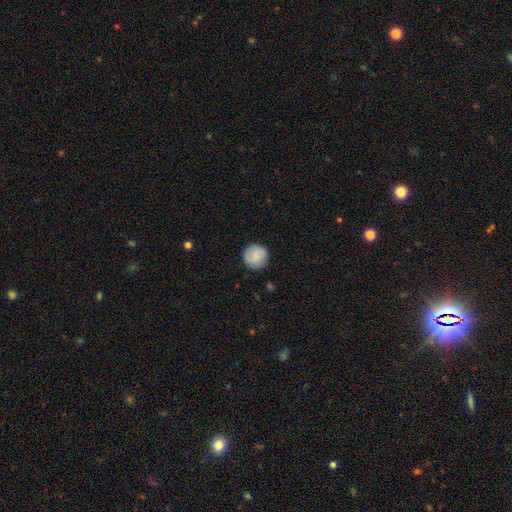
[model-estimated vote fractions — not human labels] Overall: smooth (78%). How rounded: round (94%). Merging: none (86%).